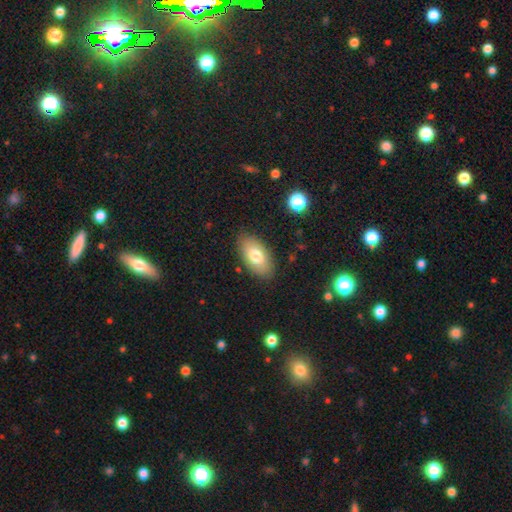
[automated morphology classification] Smooth or featured?
  - smooth: 76% *
  - featured or disk: 17%
  - star or artifact: 7%
How rounded?
  - in between: 94% *
  - round: 4%
  - cigar-shaped: 2%
Merging?
  - none: 85% *
  - minor disturbance: 11%
  - major disturbance: 3%
  - merger: 1%